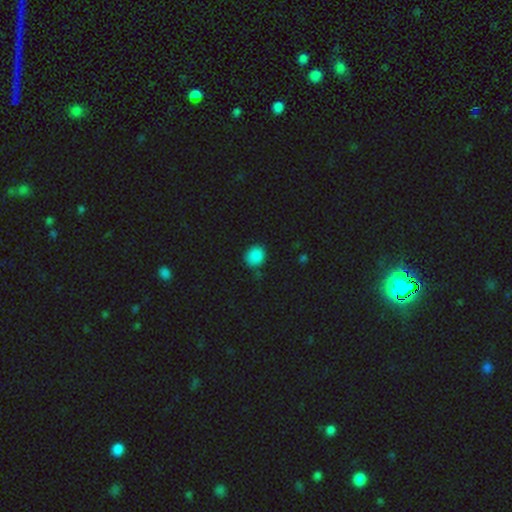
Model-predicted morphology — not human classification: Smooth or featured? Predicted: smooth (p=0.86). How rounded? Predicted: round (p=0.74). Merging? Predicted: none (p=0.81).